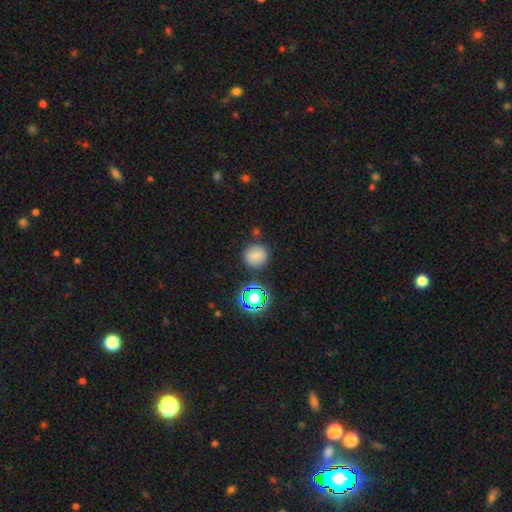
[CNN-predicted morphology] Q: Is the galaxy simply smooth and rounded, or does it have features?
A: smooth — 76%.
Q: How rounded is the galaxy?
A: round — 86%.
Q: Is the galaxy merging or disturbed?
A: none — 82%.